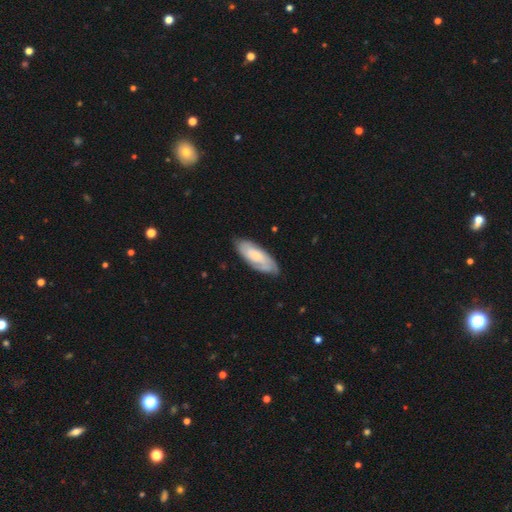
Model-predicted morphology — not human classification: A featured or disk galaxy (48%). Merging: none (75%).